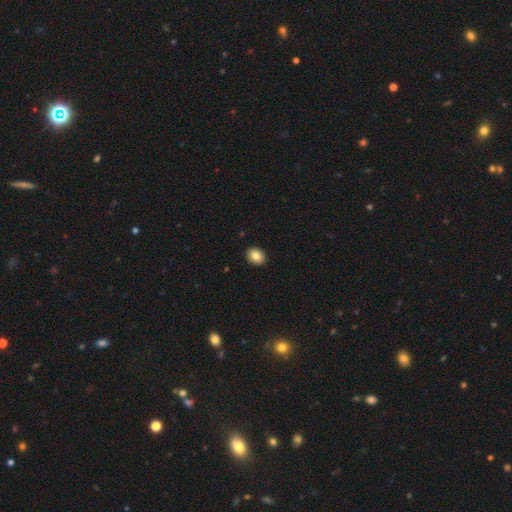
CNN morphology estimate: Smooth or featured?
  - smooth: 85% *
  - star or artifact: 9%
  - featured or disk: 6%
How rounded?
  - in between: 50% *
  - round: 49%
  - cigar-shaped: 1%
Merging?
  - none: 92% *
  - minor disturbance: 6%
  - major disturbance: 2%
  - merger: 1%